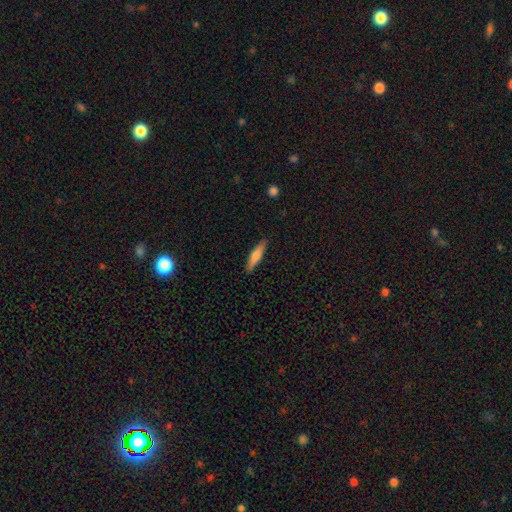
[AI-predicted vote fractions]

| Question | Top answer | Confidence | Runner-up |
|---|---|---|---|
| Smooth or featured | smooth | 67% | featured or disk (27%) |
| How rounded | cigar-shaped | 81% | in between (18%) |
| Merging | none | 89% | minor disturbance (9%) |